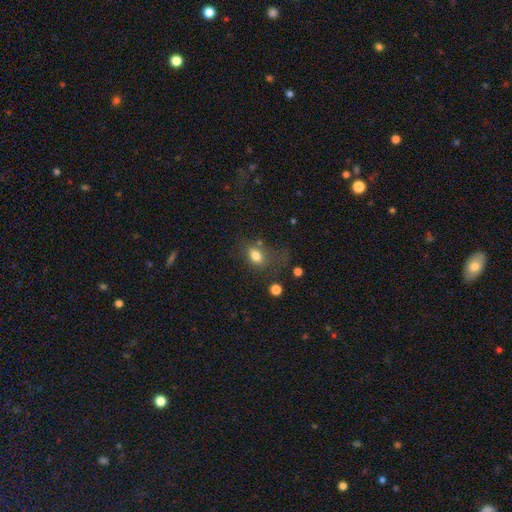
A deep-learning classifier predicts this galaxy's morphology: Smooth or featured? smooth (78%)
How rounded? in between (73%)
Merging? none (51%)